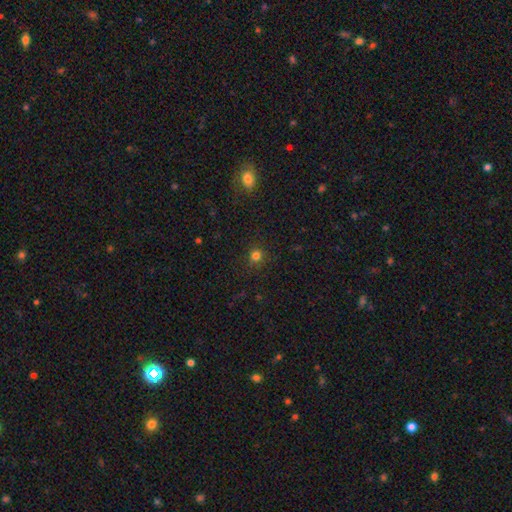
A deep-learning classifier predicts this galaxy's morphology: Smooth or featured?
  - smooth: 79% *
  - star or artifact: 17%
  - featured or disk: 4%
How rounded?
  - round: 93% *
  - in between: 6%
  - cigar-shaped: 1%
Merging?
  - none: 90% *
  - minor disturbance: 7%
  - major disturbance: 2%
  - merger: 1%